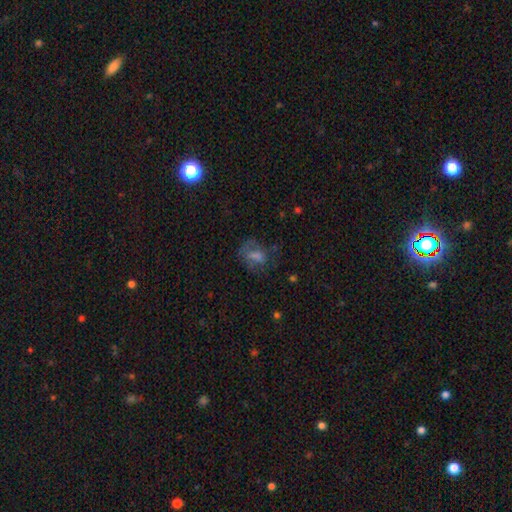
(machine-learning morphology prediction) smooth 43%, featured or disk 33%, star or artifact 24%. Down the decision tree: merging — none (51%).